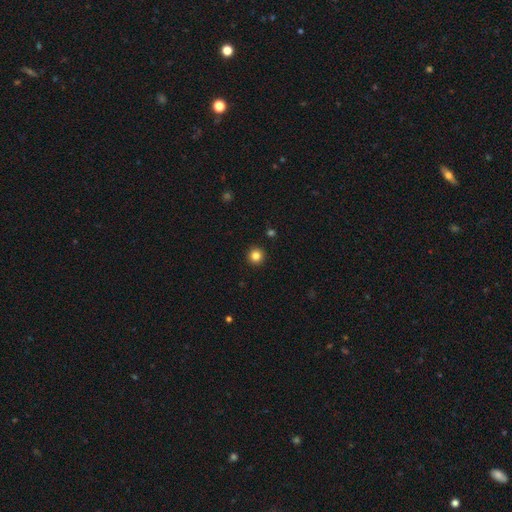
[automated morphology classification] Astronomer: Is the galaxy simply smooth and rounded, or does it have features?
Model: smooth — 84%.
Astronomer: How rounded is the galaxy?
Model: round — 96%.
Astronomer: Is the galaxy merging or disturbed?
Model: none — 94%.